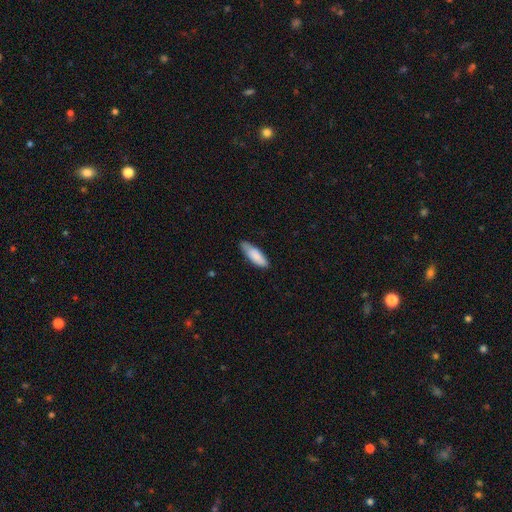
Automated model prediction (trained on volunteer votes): The model was most divided on "how rounded": in between: 58%, cigar-shaped: 41%, round: 2%. More confident: smooth or featured — smooth (86%); merging — none (77%).